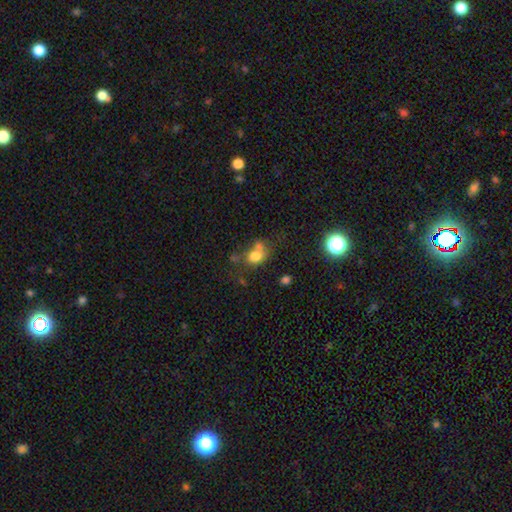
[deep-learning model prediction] Smooth or featured?
  - smooth: 75% *
  - star or artifact: 13%
  - featured or disk: 12%
How rounded?
  - round: 51% *
  - in between: 48%
  - cigar-shaped: 1%
Merging?
  - none: 40% *
  - merger: 35%
  - minor disturbance: 16%
  - major disturbance: 10%